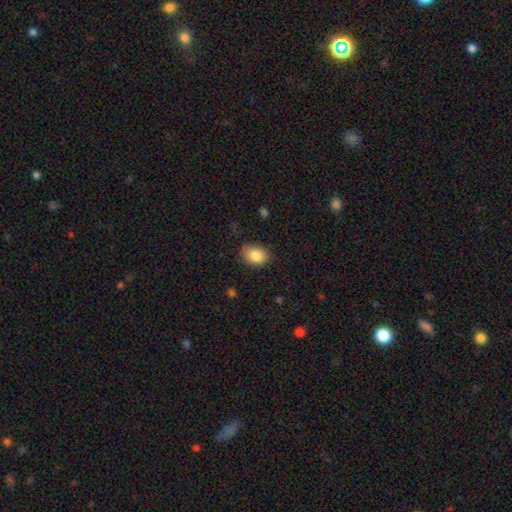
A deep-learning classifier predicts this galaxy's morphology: Smooth or featured? smooth (86%)
How rounded? in between (61%)
Merging? none (74%)